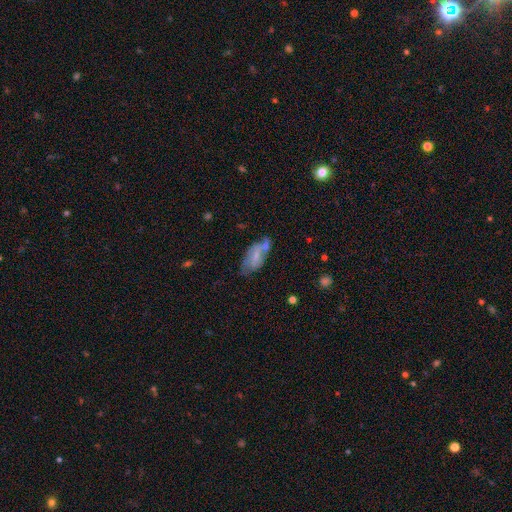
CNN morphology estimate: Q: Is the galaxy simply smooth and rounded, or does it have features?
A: smooth — 51%.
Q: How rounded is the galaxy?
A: in between — 87%.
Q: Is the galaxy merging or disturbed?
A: none — 40%.